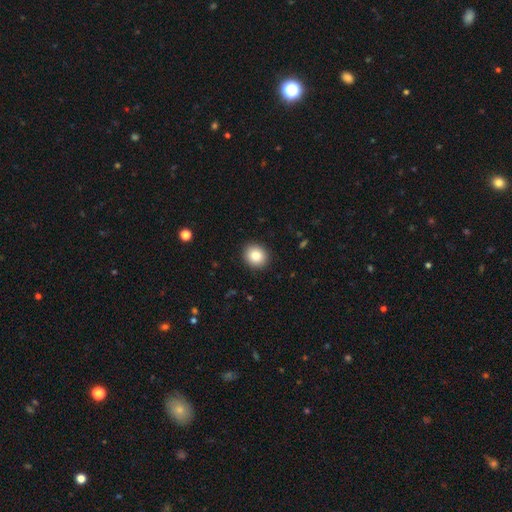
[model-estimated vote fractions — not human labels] Q: Smooth or featured?
A: smooth (84%); runner-up: star or artifact (9%)
Q: How rounded?
A: round (79%); runner-up: in between (20%)
Q: Merging?
A: none (91%); runner-up: minor disturbance (6%)